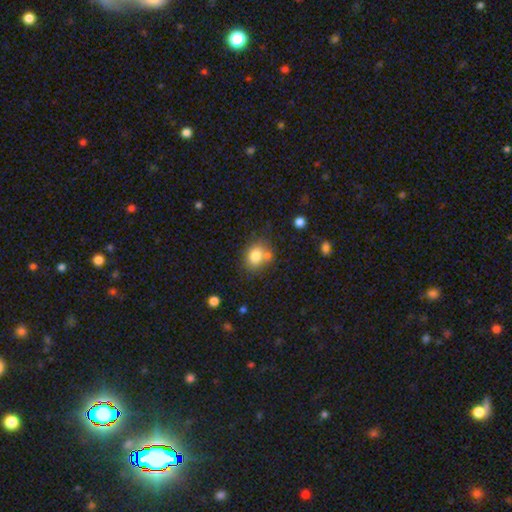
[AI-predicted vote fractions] Q: Smooth or featured?
A: smooth (79%); runner-up: featured or disk (11%)
Q: How rounded?
A: round (56%); runner-up: in between (43%)
Q: Merging?
A: none (60%); runner-up: merger (19%)